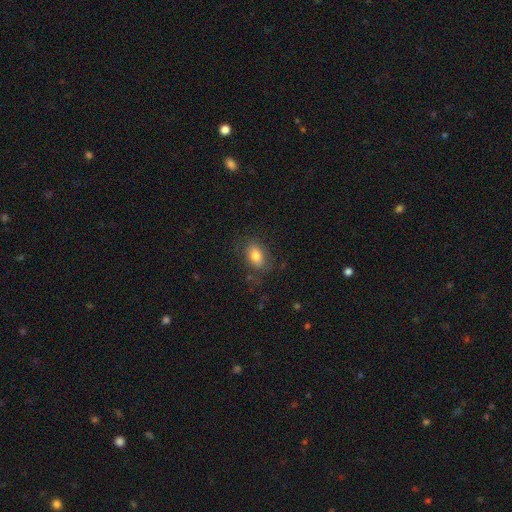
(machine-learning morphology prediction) Smooth or featured?
  - smooth: 78% *
  - featured or disk: 13%
  - star or artifact: 9%
How rounded?
  - in between: 86% *
  - round: 12%
  - cigar-shaped: 2%
Merging?
  - none: 76% *
  - minor disturbance: 16%
  - major disturbance: 6%
  - merger: 2%